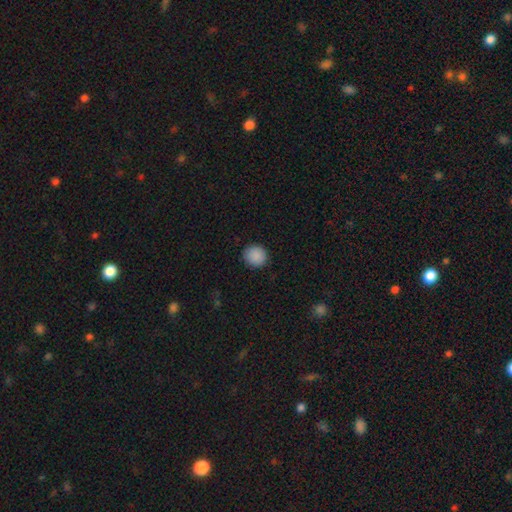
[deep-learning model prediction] Morphology: type=smooth (89%); roundness=round (88%); merging=none (90%).